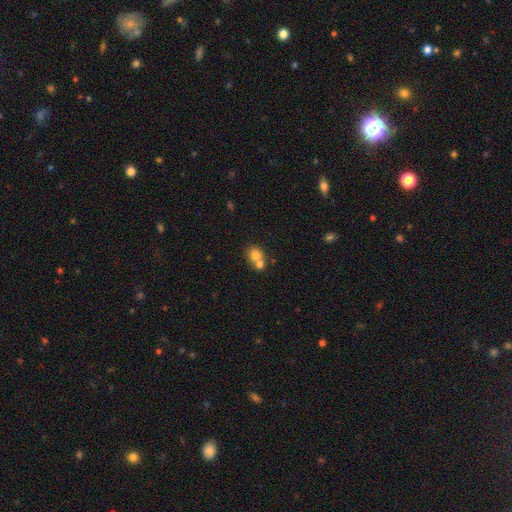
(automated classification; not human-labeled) smooth-or-featured: smooth: 76% | featured or disk: 12% | star or artifact: 12%
  how-rounded: round: 75% | in between: 24% | cigar-shaped: 1%
  merging: merger: 51% | none: 40% | minor disturbance: 7% | major disturbance: 3%